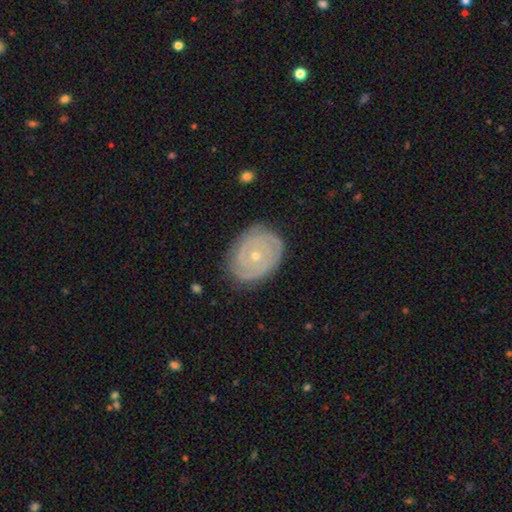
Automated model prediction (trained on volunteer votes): A featured or disk galaxy (88%) with no bar (80%), 2 (52%) tight (85%) spiral arms (96%) and a small central bulge (67%). Merging: none (83%).